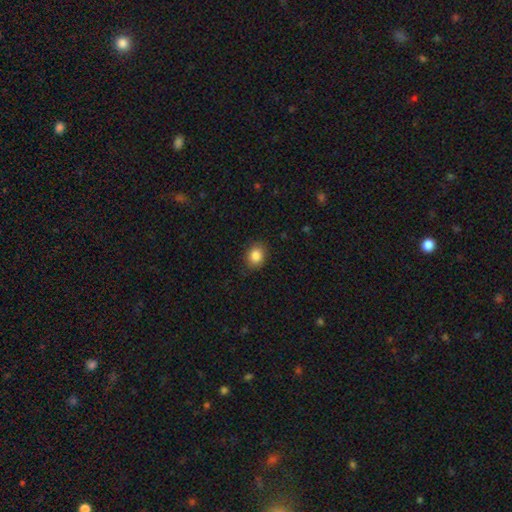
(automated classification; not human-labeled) smooth 86%, star or artifact 9%, featured or disk 5%. Down the decision tree: how rounded — round (54%); merging — none (85%).